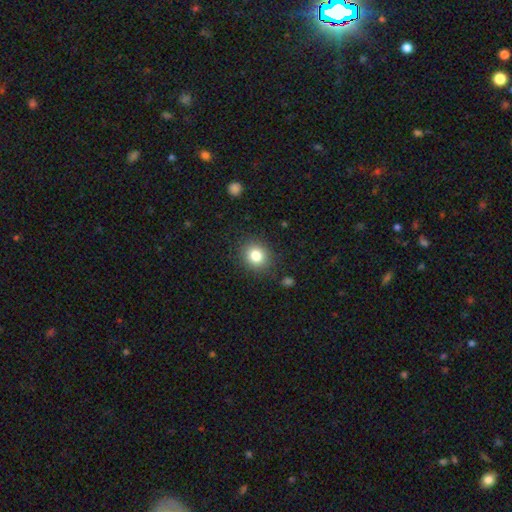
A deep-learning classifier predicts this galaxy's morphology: smooth-or-featured: smooth: 82% | star or artifact: 11% | featured or disk: 7%
  how-rounded: round: 78% | in between: 21% | cigar-shaped: 1%
  merging: none: 88% | minor disturbance: 8% | major disturbance: 3% | merger: 1%